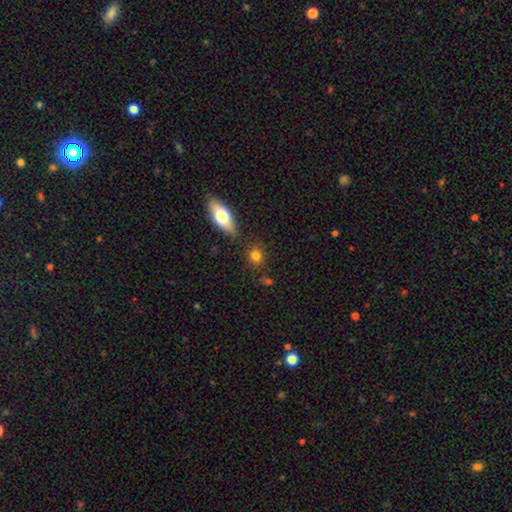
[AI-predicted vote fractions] The model was most divided on "how rounded": round: 58%, in between: 38%, cigar-shaped: 3%. More confident: smooth or featured — smooth (80%); merging — none (77%).